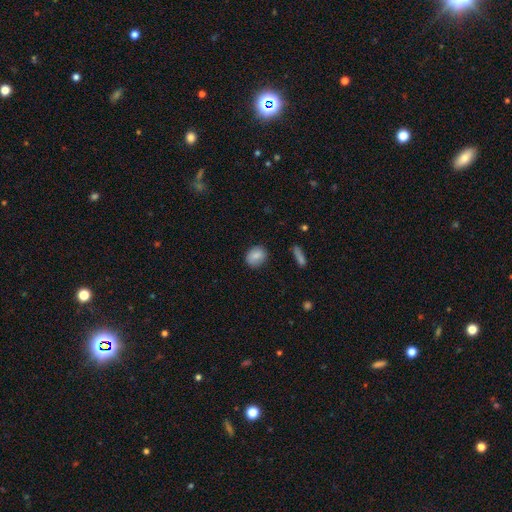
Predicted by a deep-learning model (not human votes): Smooth or featured: smooth — 83% (featured or disk — 9%)
How rounded: in between — 51% (round — 47%)
Merging: none — 81% (minor disturbance — 14%)